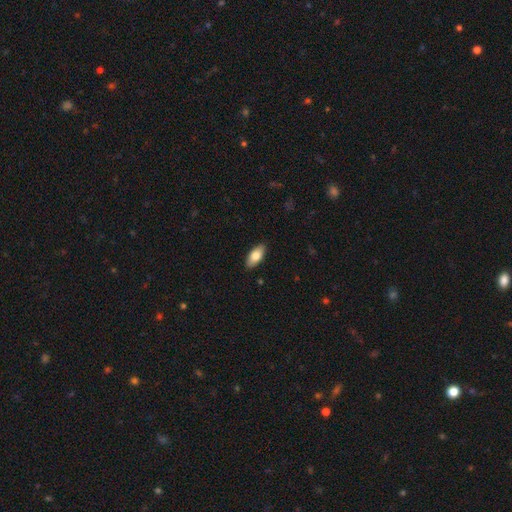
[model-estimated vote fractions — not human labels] Smooth or featured? smooth (78%)
How rounded? in between (89%)
Merging? none (89%)